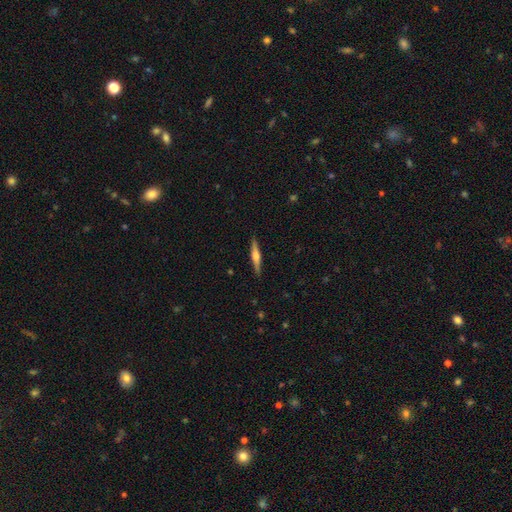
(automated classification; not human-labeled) smooth_or_featured: featured or disk (p=0.64) [alt: smooth p=0.31]
disk_edge_on: yes (p=0.98) [alt: no p=0.02]
edge_on_bulge: rounded (p=0.81) [alt: boxy p=0.13]
merging: none (p=0.90) [alt: minor disturbance p=0.07]